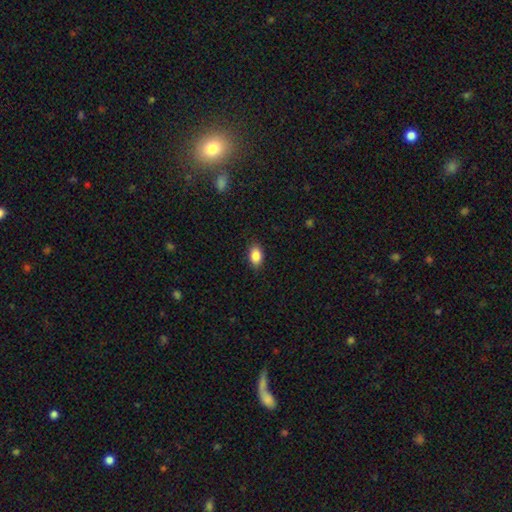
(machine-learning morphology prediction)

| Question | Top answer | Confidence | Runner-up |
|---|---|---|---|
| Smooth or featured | smooth | 86% | star or artifact (8%) |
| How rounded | in between | 86% | round (13%) |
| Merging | none | 87% | minor disturbance (10%) |